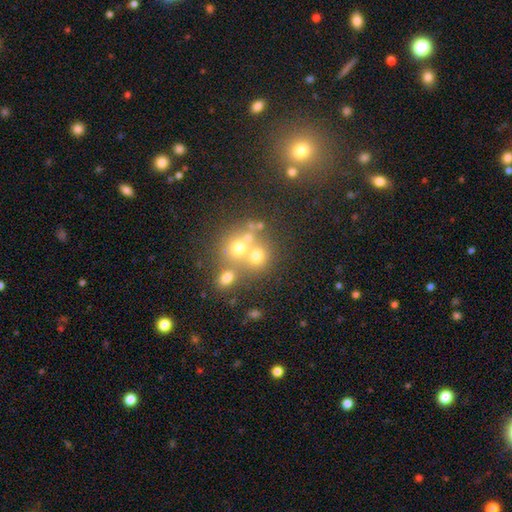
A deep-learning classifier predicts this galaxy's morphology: Q: Smooth or featured?
A: smooth (62%); runner-up: featured or disk (20%)
Q: How rounded?
A: round (78%); runner-up: in between (21%)
Q: Merging?
A: merger (46%); runner-up: none (41%)